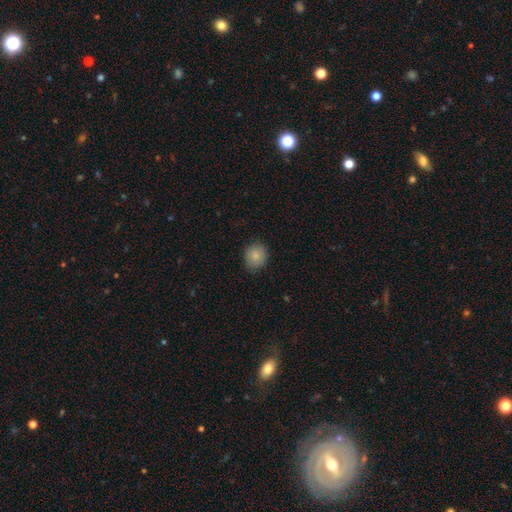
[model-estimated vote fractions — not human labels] A smooth galaxy with no disk features (84%) that is round (72%). Merging: none (82%).